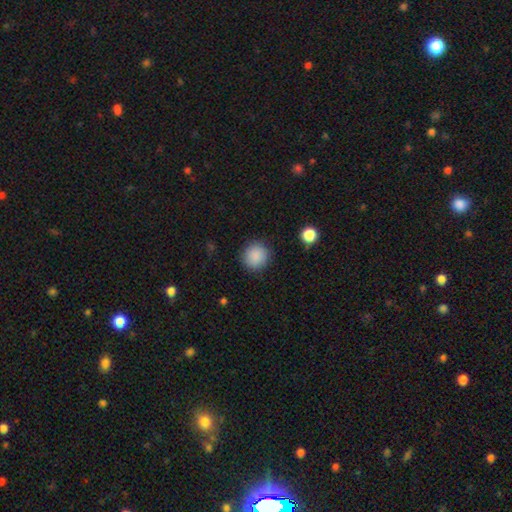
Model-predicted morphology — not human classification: Smooth or featured? Predicted: smooth (p=0.88). How rounded? Predicted: round (p=0.92). Merging? Predicted: none (p=0.88).